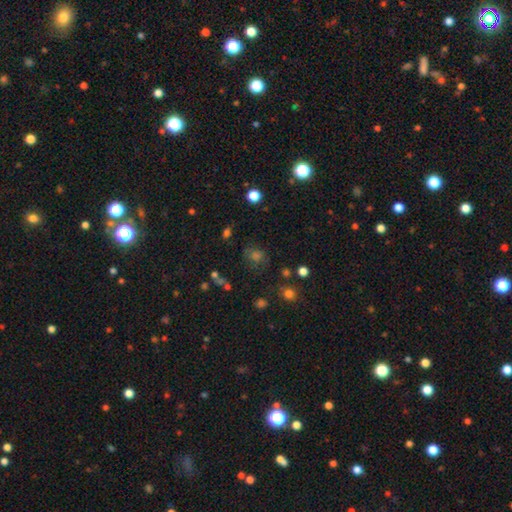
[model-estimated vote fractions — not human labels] The model was most divided on "smooth or featured": smooth: 49%, star or artifact: 38%, featured or disk: 13%. More confident: merging — none (71%).